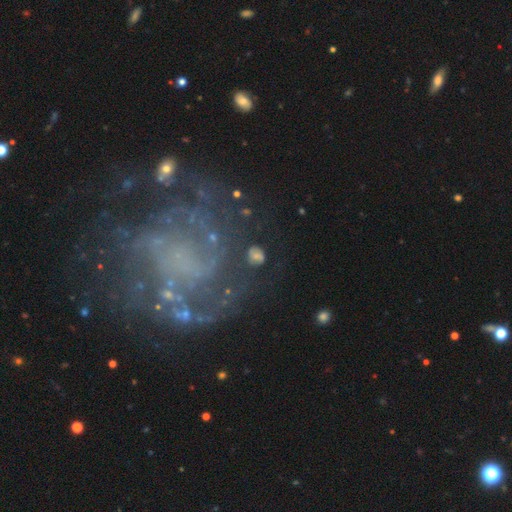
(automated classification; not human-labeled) featured or disk 51%, smooth 29%, star or artifact 20%. Down the decision tree: edge-on disk — no (95%); merging — none (72%).